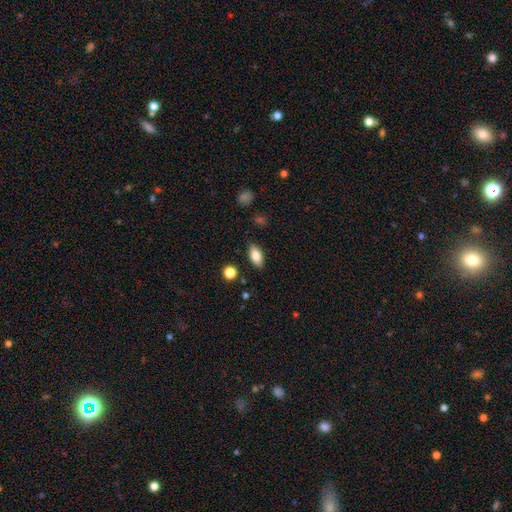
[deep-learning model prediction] Morphology: type=smooth (81%); roundness=in between (89%); merging=none (86%).